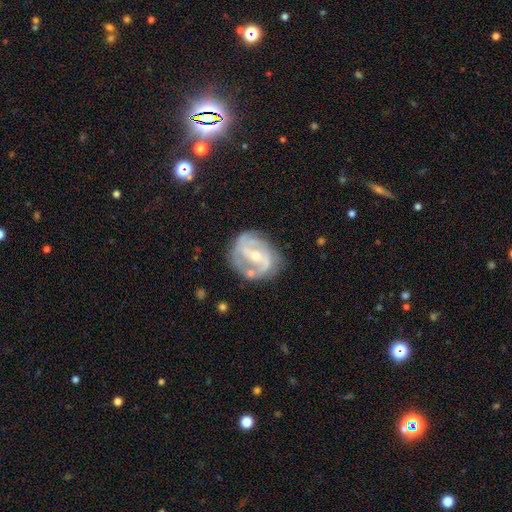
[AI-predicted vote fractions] Smooth or featured: featured or disk — 84% (smooth — 10%)
Edge-on disk: no — 97% (yes — 3%)
Bar: weak — 42% (no — 30%)
Spiral arms: yes — 91% (no — 9%)
Spiral winding: medium — 46% (tight — 35%)
Spiral arm count: 2 — 65% (can't tell — 15%)
Bulge size: small — 57% (moderate — 40%)
Merging: none — 65% (minor disturbance — 21%)